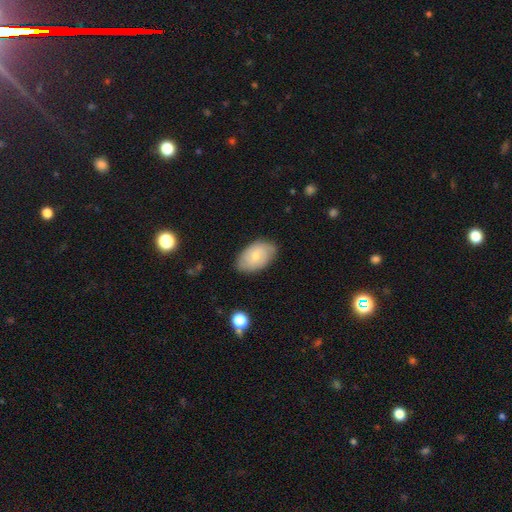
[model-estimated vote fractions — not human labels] Smooth or featured? Predicted: smooth (p=0.49). Merging? Predicted: none (p=0.78).